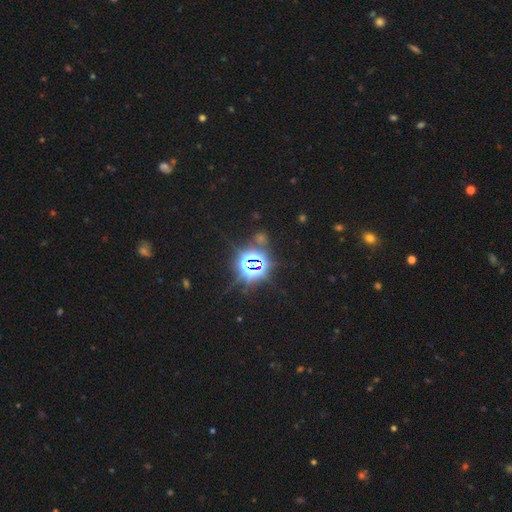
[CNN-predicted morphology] type=star or artifact (82%).